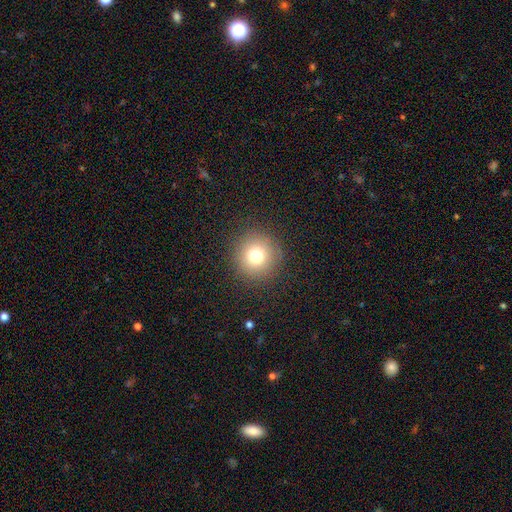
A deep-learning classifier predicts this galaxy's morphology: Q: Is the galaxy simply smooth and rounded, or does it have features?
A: smooth — 76%.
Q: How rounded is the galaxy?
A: round — 95%.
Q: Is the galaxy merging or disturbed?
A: none — 90%.